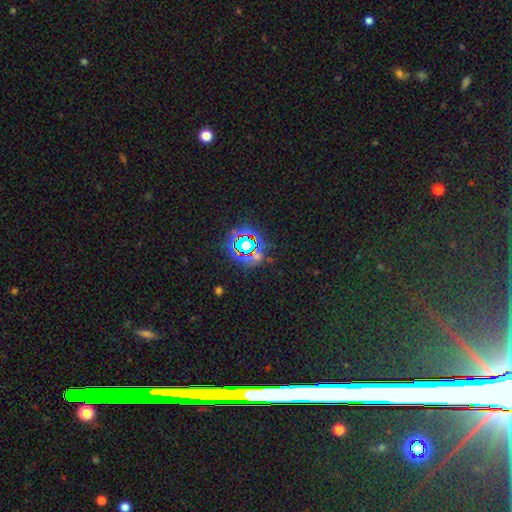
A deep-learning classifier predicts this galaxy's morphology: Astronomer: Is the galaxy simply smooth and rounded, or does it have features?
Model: star or artifact — 72%.